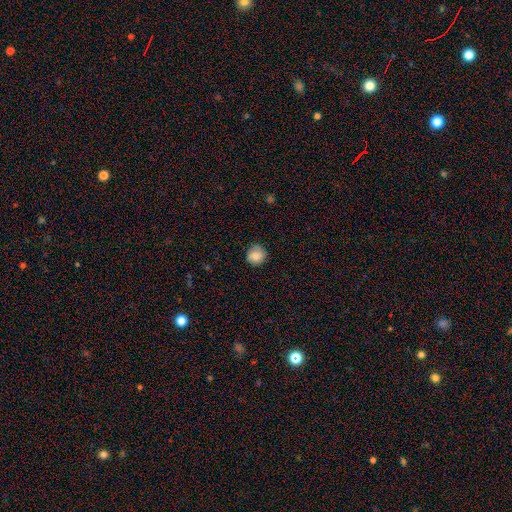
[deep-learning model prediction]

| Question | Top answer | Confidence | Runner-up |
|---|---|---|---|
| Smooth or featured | smooth | 79% | featured or disk (13%) |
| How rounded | round | 88% | in between (11%) |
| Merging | none | 82% | minor disturbance (14%) |